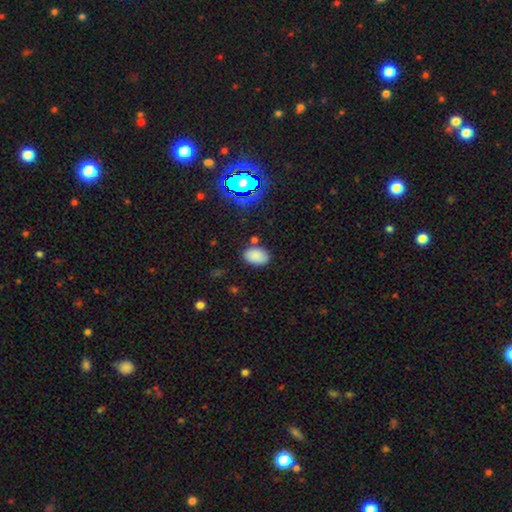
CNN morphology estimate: This is clearly a smooth galaxy (83%). How rounded: clearly in between (89%). Merging: clearly none (82%).